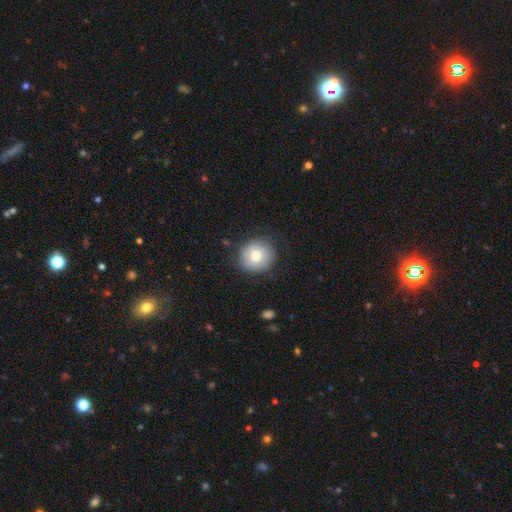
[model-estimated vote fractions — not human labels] Morphology: type=smooth (74%); roundness=round (88%); merging=none (81%).